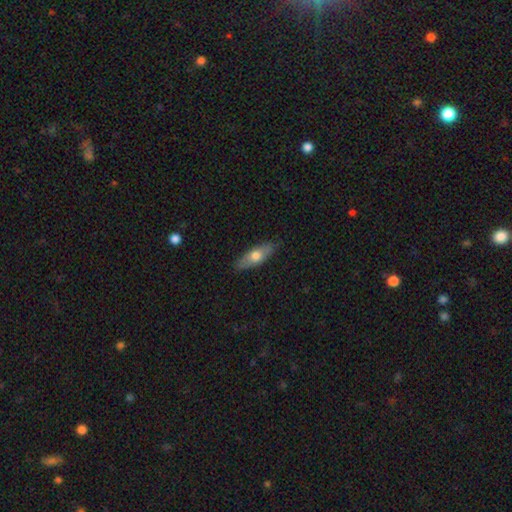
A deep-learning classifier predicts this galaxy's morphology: type=smooth (62%); roundness=in between (62%); merging=none (86%).